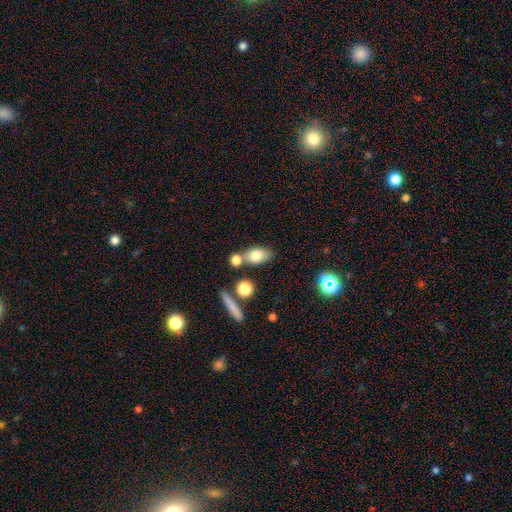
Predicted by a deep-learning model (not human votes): Smooth or featured? smooth (76%)
How rounded? in between (79%)
Merging? none (57%)